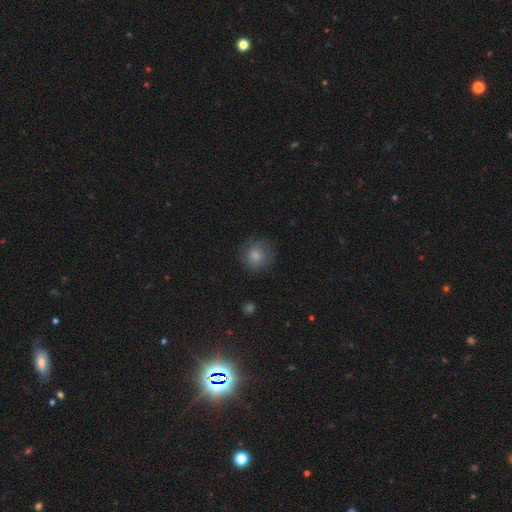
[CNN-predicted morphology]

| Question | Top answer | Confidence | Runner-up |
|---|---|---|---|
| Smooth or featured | smooth | 81% | featured or disk (10%) |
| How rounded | round | 87% | in between (12%) |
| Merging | none | 78% | minor disturbance (16%) |